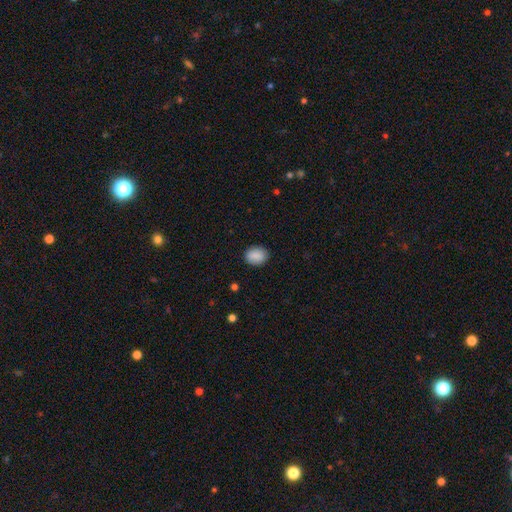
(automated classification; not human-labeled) A smooth galaxy with no disk features (89%) that is in between round and cigar-shaped (60%). Merging: none (87%).